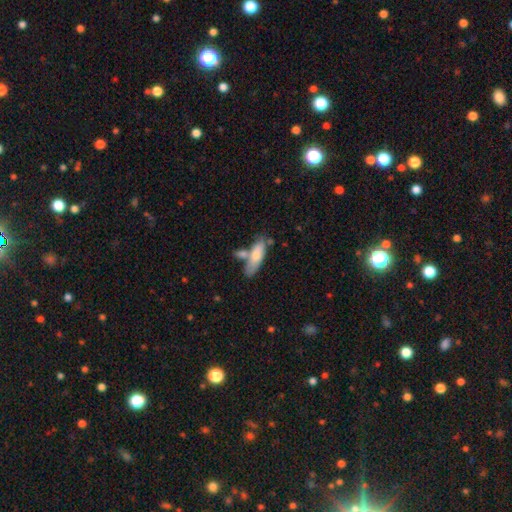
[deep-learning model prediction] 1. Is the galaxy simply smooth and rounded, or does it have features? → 71% smooth, 23% featured or disk, 6% star or artifact.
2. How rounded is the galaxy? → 54% in between, 44% cigar-shaped, 2% round.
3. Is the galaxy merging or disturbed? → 47% none, 30% merger, 17% minor disturbance, 6% major disturbance.